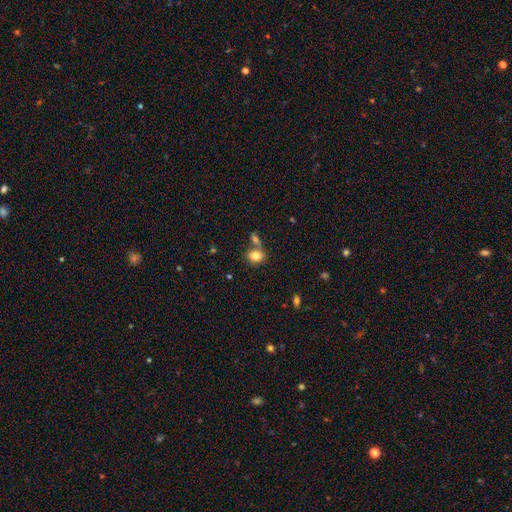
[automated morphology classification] This is clearly a smooth galaxy (82%). How rounded: likely in between (63%). Merging: possibly none (53%).